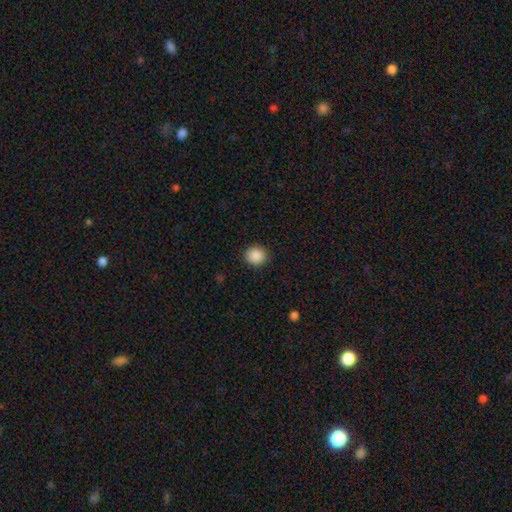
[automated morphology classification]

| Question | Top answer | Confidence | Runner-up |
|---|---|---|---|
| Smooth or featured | smooth | 89% | star or artifact (8%) |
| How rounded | round | 92% | in between (7%) |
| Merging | none | 92% | minor disturbance (6%) |